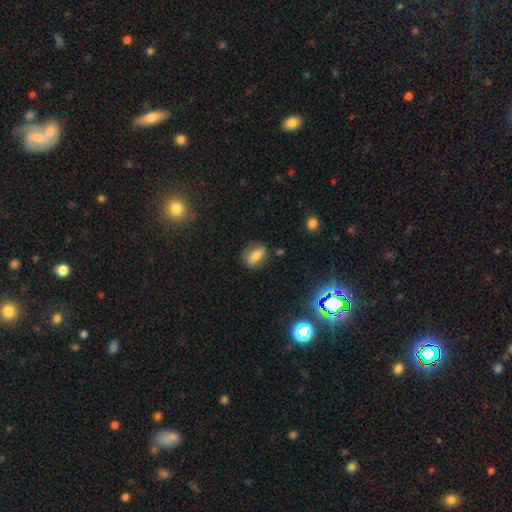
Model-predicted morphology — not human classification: Smooth or featured? smooth (71%)
How rounded? in between (73%)
Merging? none (72%)